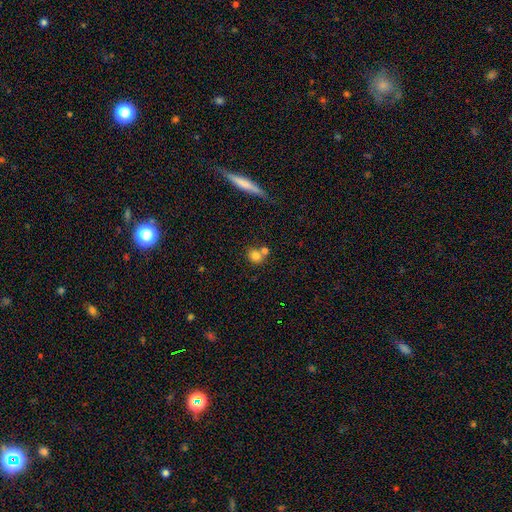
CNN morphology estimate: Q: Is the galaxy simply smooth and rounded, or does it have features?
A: smooth — 78%.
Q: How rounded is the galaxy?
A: round — 75%.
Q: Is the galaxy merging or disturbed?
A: none — 52%.